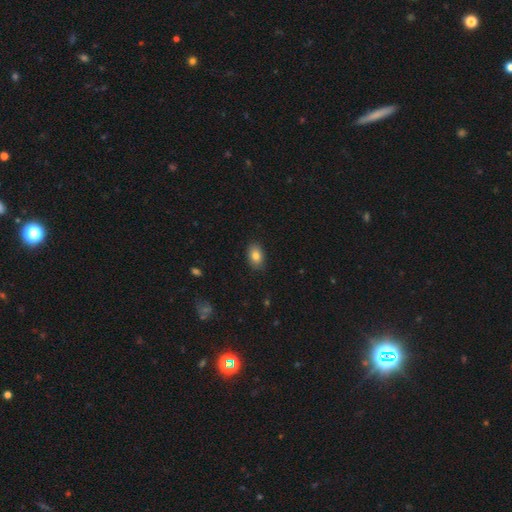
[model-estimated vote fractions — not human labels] Smooth or featured? Predicted: smooth (p=0.82). How rounded? Predicted: in between (p=0.84). Merging? Predicted: none (p=0.86).